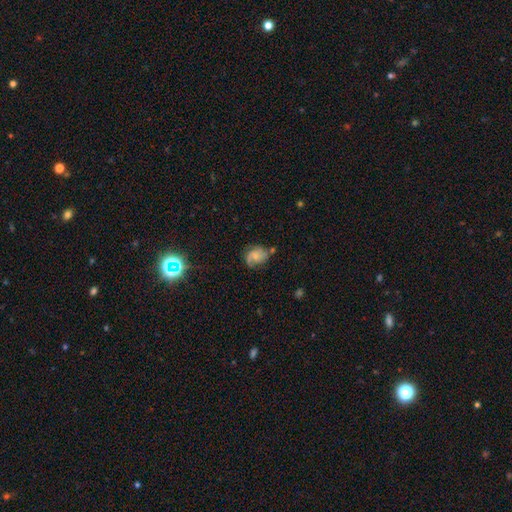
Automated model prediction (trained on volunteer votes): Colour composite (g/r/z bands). It shows a featured or disk galaxy (52%) with no bar (68%), spiral arms (86%) and a small central bulge (51%). Merging: none (55%).